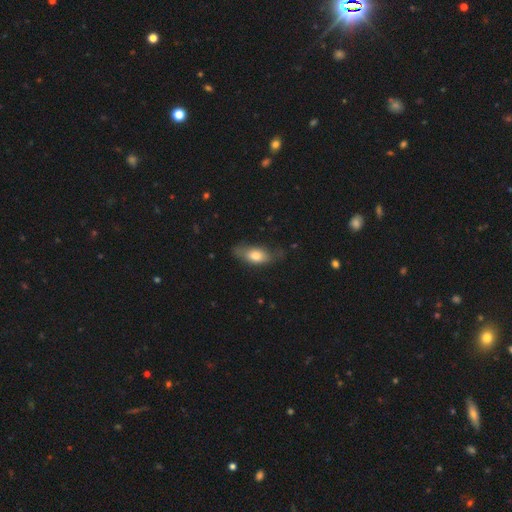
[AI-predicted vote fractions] Smooth or featured: smooth — 71% (featured or disk — 23%)
How rounded: in between — 82% (cigar-shaped — 13%)
Merging: none — 61% (minor disturbance — 28%)